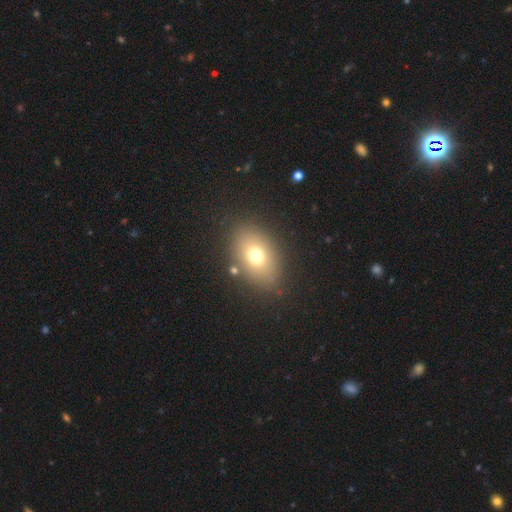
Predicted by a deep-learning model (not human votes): Smooth or featured? smooth (72%)
How rounded? in between (74%)
Merging? none (82%)